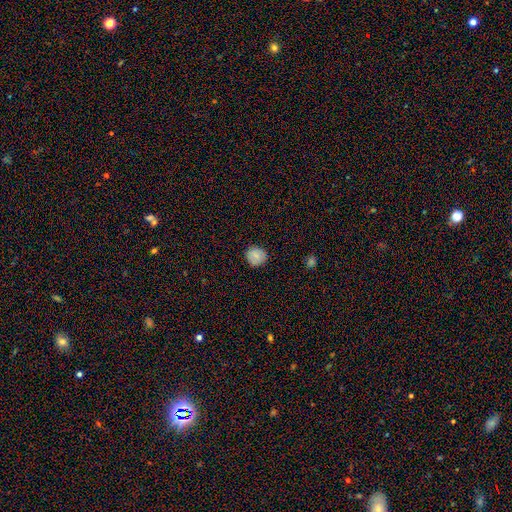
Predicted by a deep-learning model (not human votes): Smooth or featured? Predicted: smooth (p=0.80). How rounded? Predicted: round (p=0.87). Merging? Predicted: none (p=0.87).